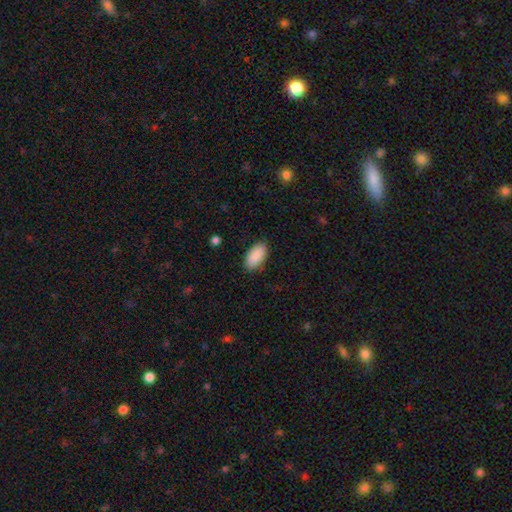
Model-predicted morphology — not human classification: This appears to be a smooth galaxy with no disk features (91%) that is in between round and cigar-shaped (95%). Merging: none (87%).